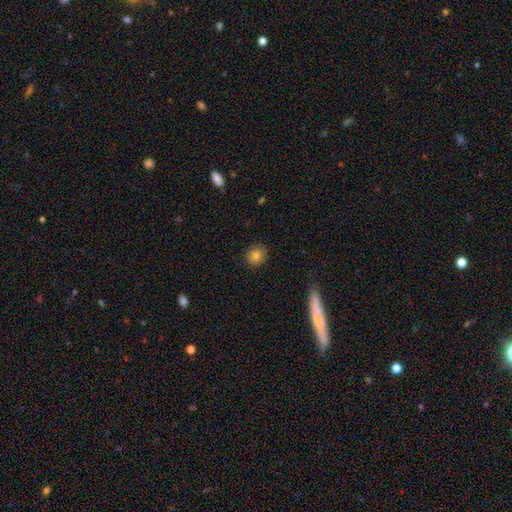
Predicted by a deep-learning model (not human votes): smooth_or_featured: smooth (p=0.81) [alt: star or artifact p=0.11]
how_rounded: round (p=0.83) [alt: in between p=0.16]
merging: none (p=0.89) [alt: minor disturbance p=0.08]